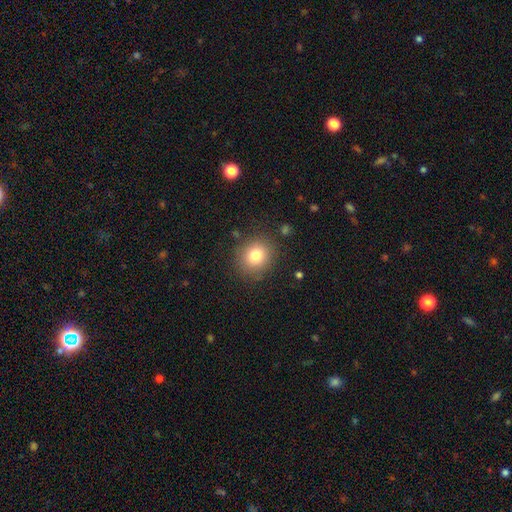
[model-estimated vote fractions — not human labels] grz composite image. It shows a smooth galaxy with no disk features (79%) that is round (78%). Merging: none (85%).